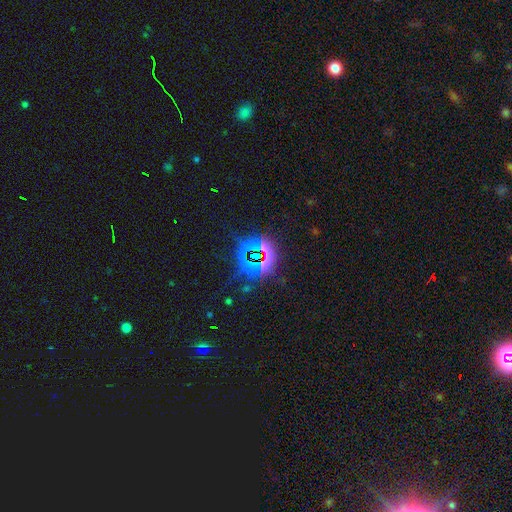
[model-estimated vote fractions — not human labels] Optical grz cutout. It shows a star or artifact, not a galaxy (80%).